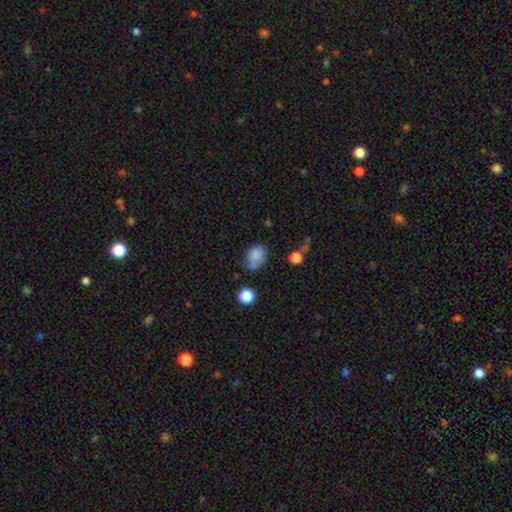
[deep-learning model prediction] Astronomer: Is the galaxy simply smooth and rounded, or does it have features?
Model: smooth — 80%.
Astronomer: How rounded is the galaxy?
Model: in between — 60% (runner-up: round, 38%).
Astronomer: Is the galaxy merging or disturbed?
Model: none — 49% (runner-up: minor disturbance, 32%).